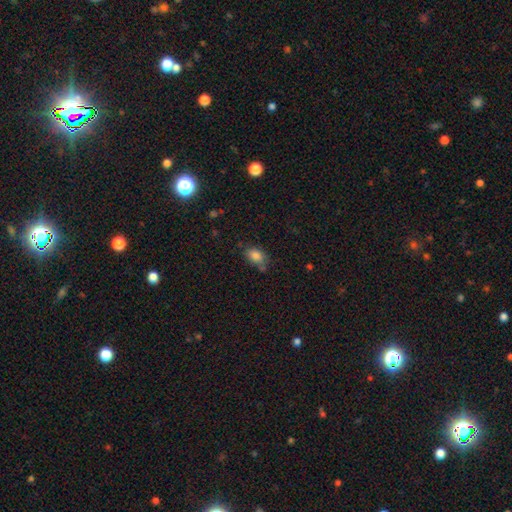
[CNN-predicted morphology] Q: Smooth or featured?
A: smooth (84%); runner-up: star or artifact (10%)
Q: How rounded?
A: in between (81%); runner-up: round (18%)
Q: Merging?
A: none (66%); runner-up: minor disturbance (20%)